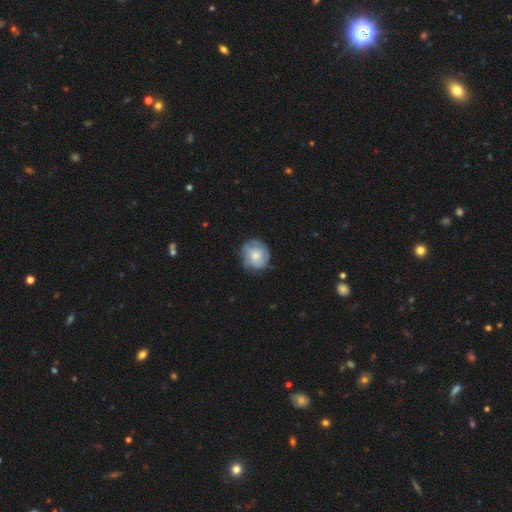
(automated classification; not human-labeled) smooth_or_featured: smooth (p=0.50) [alt: featured or disk p=0.43]
how_rounded: round (p=0.74) [alt: in between p=0.25]
merging: none (p=0.68) [alt: minor disturbance p=0.24]